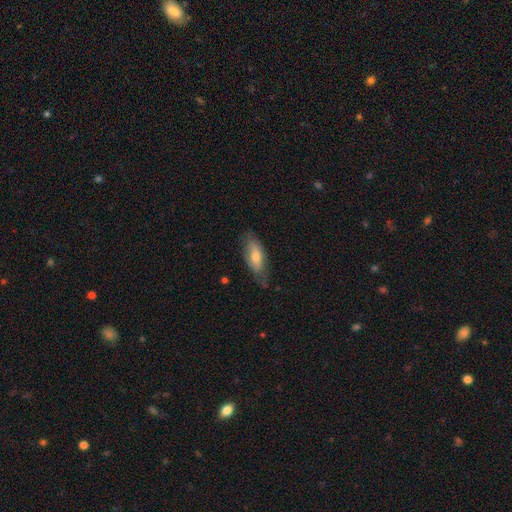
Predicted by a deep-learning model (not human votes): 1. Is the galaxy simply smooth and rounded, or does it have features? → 55% smooth, 37% featured or disk, 7% star or artifact.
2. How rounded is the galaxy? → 66% in between, 31% cigar-shaped, 2% round.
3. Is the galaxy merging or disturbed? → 70% none, 23% minor disturbance, 5% major disturbance, 1% merger.